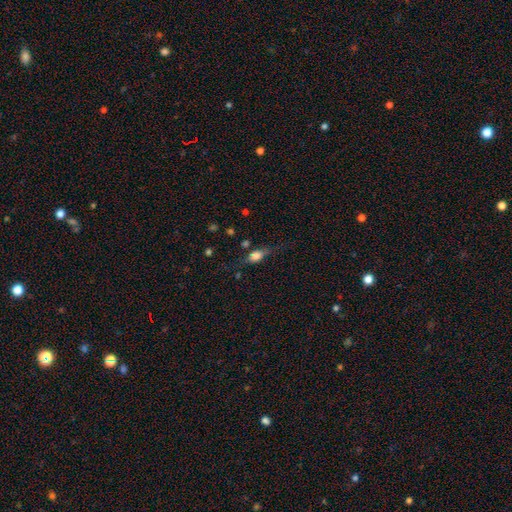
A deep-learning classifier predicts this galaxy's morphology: Smooth or featured: smooth — 61% (featured or disk — 28%)
How rounded: in between — 68% (cigar-shaped — 16%)
Merging: none — 57% (minor disturbance — 25%)